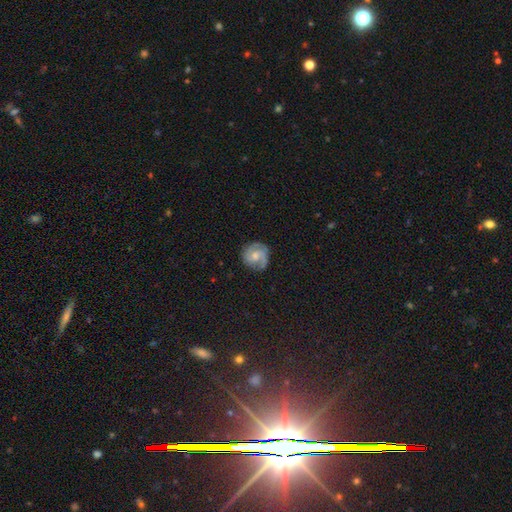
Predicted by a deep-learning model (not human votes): The model was most divided on "spiral winding": tight: 48%, medium: 40%, loose: 12%. More confident: edge-on disk — no (98%); spiral arms — yes (94%); merging — none (76%); smooth or featured — featured or disk (71%); bar — no (61%); spiral arm count — 2 (58%); bulge size — moderate (52%).